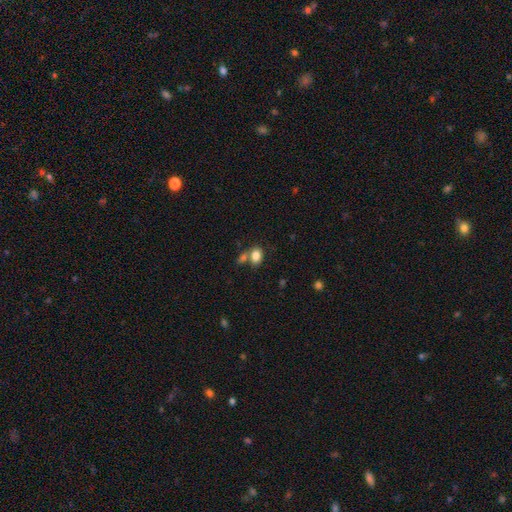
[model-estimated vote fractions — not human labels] A smooth galaxy with no disk features (83%) that is in between round and cigar-shaped (80%). Merging: none (51%).